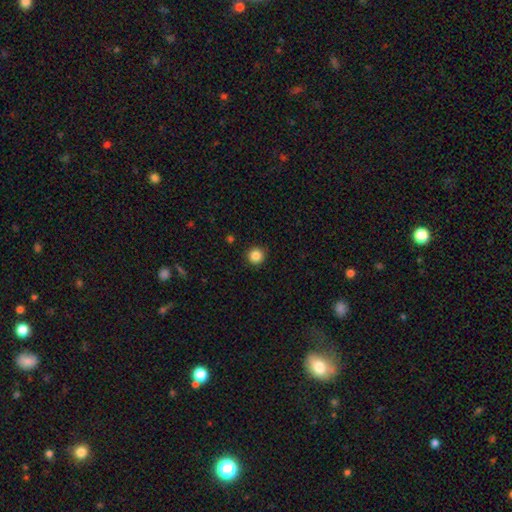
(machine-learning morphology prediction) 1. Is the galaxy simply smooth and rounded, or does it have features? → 86% smooth, 10% star or artifact, 4% featured or disk.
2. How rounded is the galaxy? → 95% round, 4% in between, 1% cigar-shaped.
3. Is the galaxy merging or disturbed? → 92% none, 5% minor disturbance, 2% major disturbance, 1% merger.